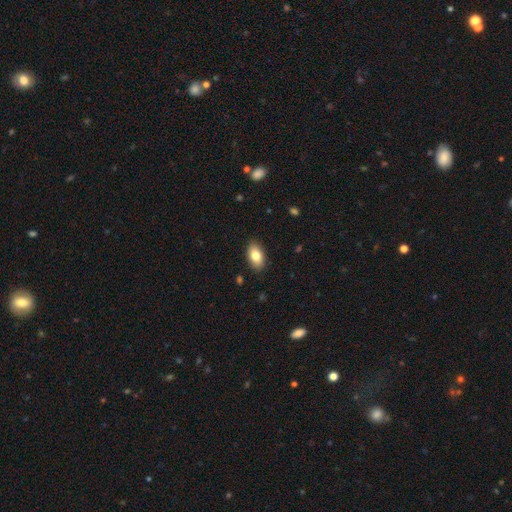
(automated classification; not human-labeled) This appears to be a smooth galaxy with no disk features (80%) that is in between round and cigar-shaped (92%). Merging: none (88%).